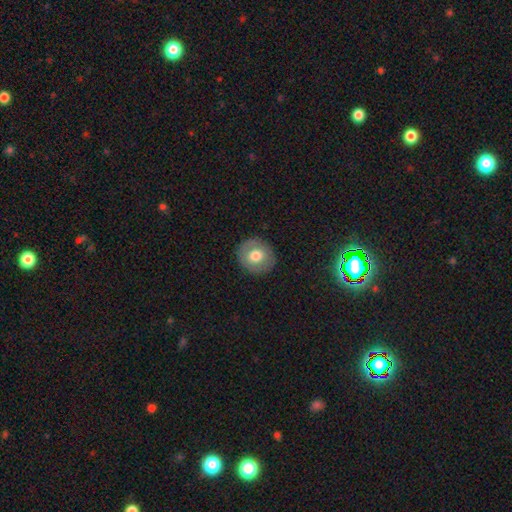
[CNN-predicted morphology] smooth 68%, featured or disk 25%, star or artifact 8%. Down the decision tree: how rounded — round (88%); merging — none (89%).